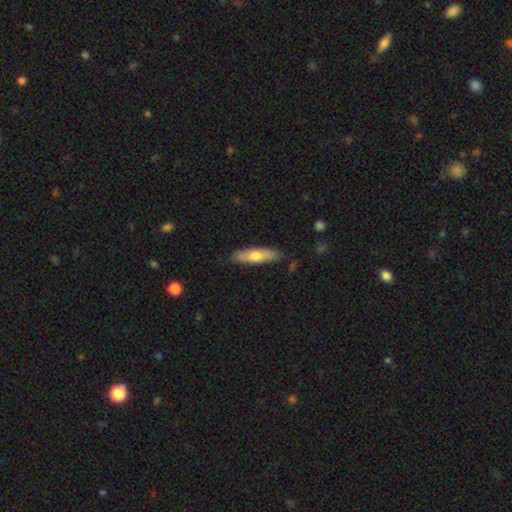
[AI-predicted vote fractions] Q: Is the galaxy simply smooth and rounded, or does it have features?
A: smooth — 62%.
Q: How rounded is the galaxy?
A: cigar-shaped — 68%.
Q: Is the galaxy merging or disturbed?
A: none — 85%.